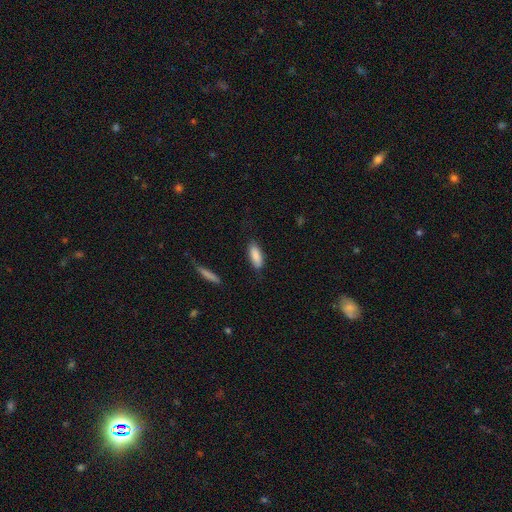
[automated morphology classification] Smooth or featured: smooth — 88% (featured or disk — 6%)
How rounded: in between — 73% (cigar-shaped — 25%)
Merging: none — 83% (minor disturbance — 12%)